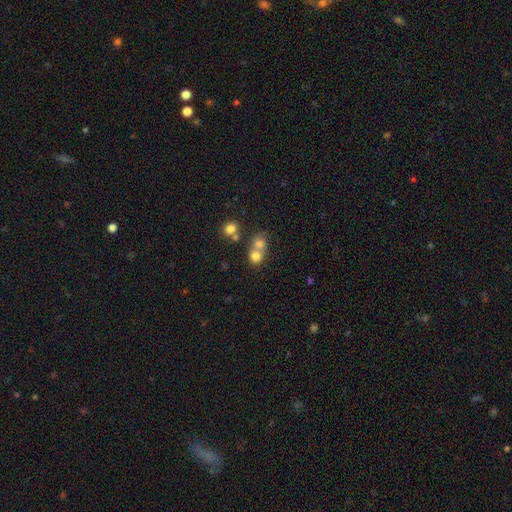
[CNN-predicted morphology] smooth 73%, star or artifact 14%, featured or disk 13%. Down the decision tree: how rounded — round (79%); merging — merger (56%).